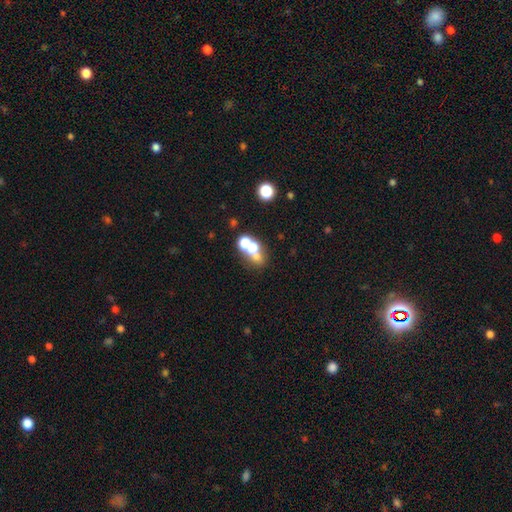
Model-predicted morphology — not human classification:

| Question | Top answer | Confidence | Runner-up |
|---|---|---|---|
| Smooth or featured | smooth | 55% | featured or disk (24%) |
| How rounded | round | 54% | in between (42%) |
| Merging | merger | 51% | none (35%) |